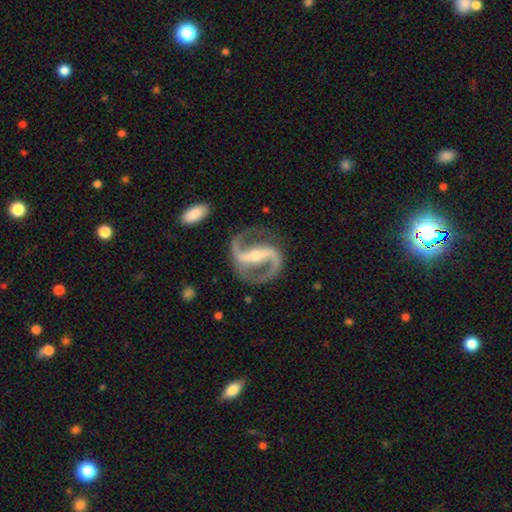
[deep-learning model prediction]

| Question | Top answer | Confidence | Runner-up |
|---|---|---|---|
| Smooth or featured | featured or disk | 93% | star or artifact (4%) |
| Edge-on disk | no | 97% | yes (3%) |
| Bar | strong | 73% | weak (18%) |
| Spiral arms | yes | 98% | no (2%) |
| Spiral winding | medium | 61% | loose (23%) |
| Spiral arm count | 2 | 94% | 1 (2%) |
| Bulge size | small | 58% | moderate (38%) |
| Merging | none | 83% | minor disturbance (11%) |